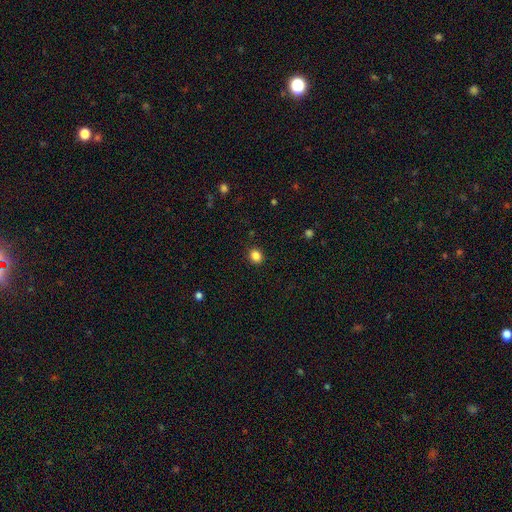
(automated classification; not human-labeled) Smooth or featured?
  - smooth: 85% *
  - star or artifact: 11%
  - featured or disk: 4%
How rounded?
  - round: 67% *
  - in between: 32%
  - cigar-shaped: 1%
Merging?
  - none: 90% *
  - minor disturbance: 7%
  - major disturbance: 2%
  - merger: 1%